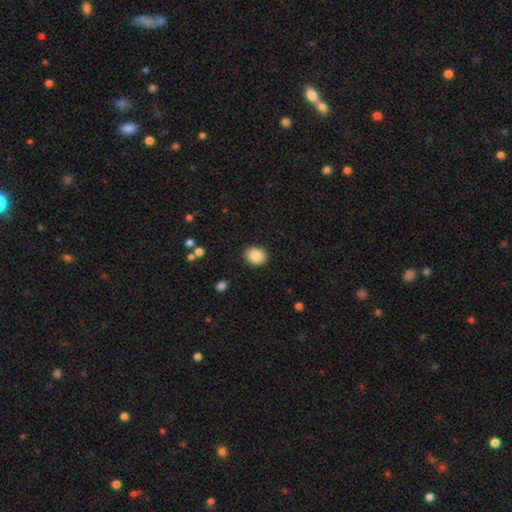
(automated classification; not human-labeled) Smooth or featured? Predicted: smooth (p=0.88). How rounded? Predicted: round (p=0.54). Merging? Predicted: none (p=0.89).